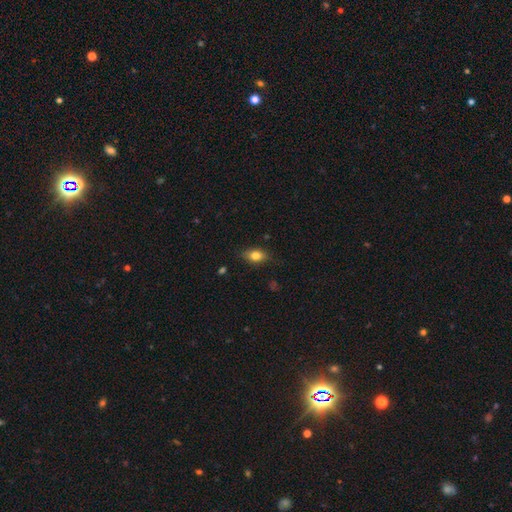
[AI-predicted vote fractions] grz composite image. It shows a smooth galaxy with no disk features (77%) that is in between round and cigar-shaped (80%). Merging: none (80%).